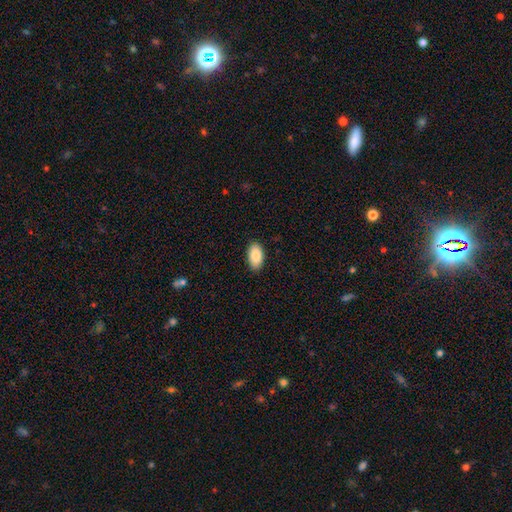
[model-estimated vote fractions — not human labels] This is clearly a smooth galaxy (88%). How rounded: clearly in between (95%). Merging: clearly none (90%).